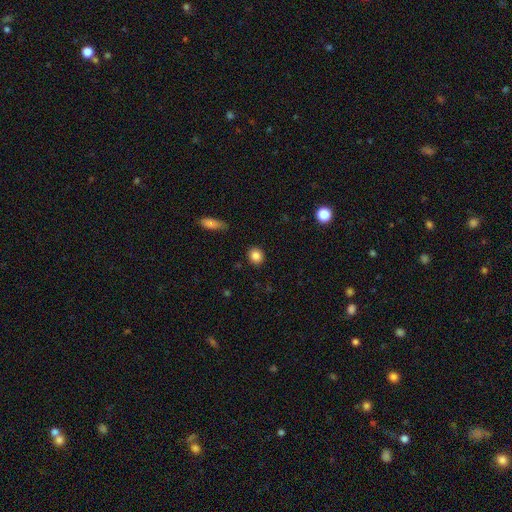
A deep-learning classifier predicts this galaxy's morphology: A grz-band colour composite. It shows a smooth galaxy with no disk features (85%) that is round (83%). Merging: none (90%).